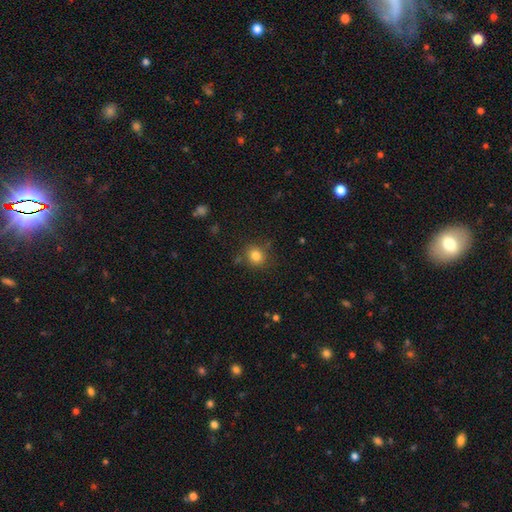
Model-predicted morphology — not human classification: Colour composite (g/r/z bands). It shows a smooth galaxy with no disk features (82%) that is round (80%). Merging: none (81%).